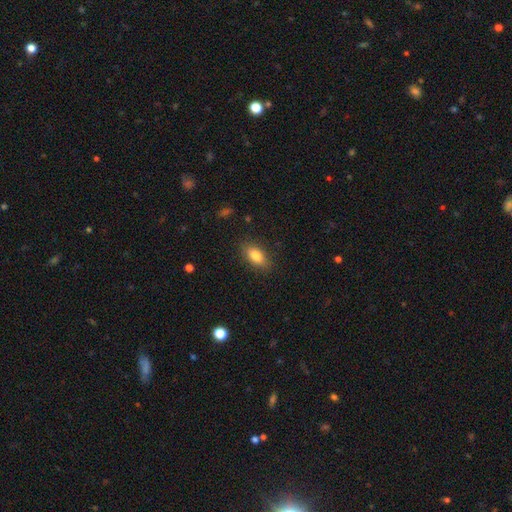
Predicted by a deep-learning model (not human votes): This appears to be a smooth galaxy with no disk features (82%) that is in between round and cigar-shaped (86%). Merging: none (85%).